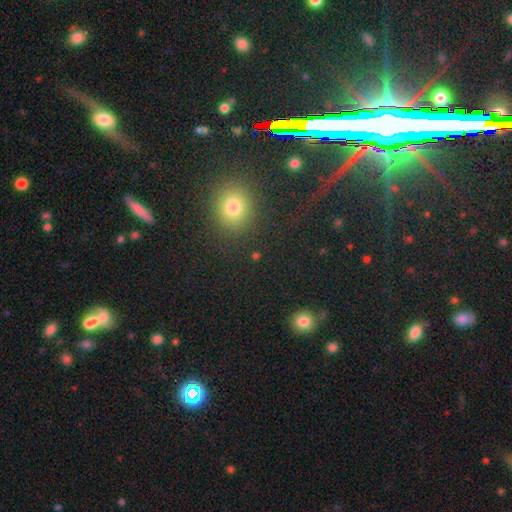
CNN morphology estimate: Smooth or featured? smooth (62%)
How rounded? round (78%)
Merging? none (87%)